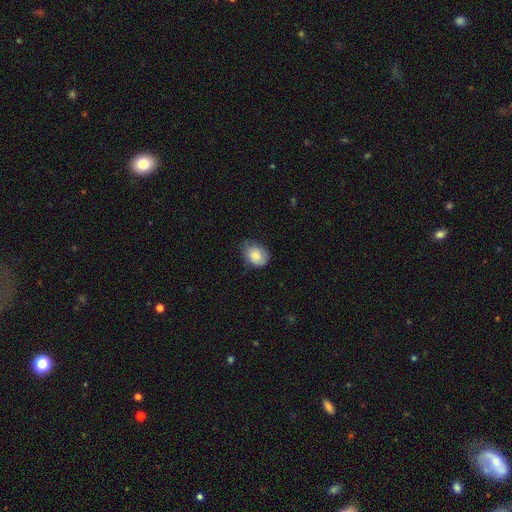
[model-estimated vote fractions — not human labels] Morphology: type=smooth (80%); roundness=in between (64%); merging=none (60%).